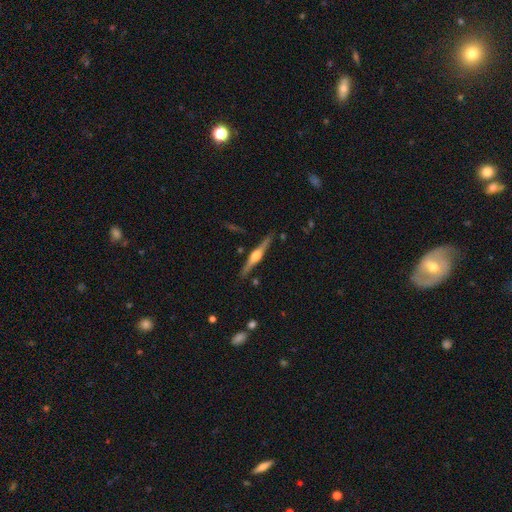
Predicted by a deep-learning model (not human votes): Smooth or featured?
  - featured or disk: 80% *
  - smooth: 15%
  - star or artifact: 5%
Edge-on disk?
  - yes: 98% *
  - no: 2%
Edge-on bulge?
  - rounded: 93% *
  - boxy: 5%
  - none: 2%
Merging?
  - none: 87% *
  - minor disturbance: 9%
  - merger: 2%
  - major disturbance: 2%